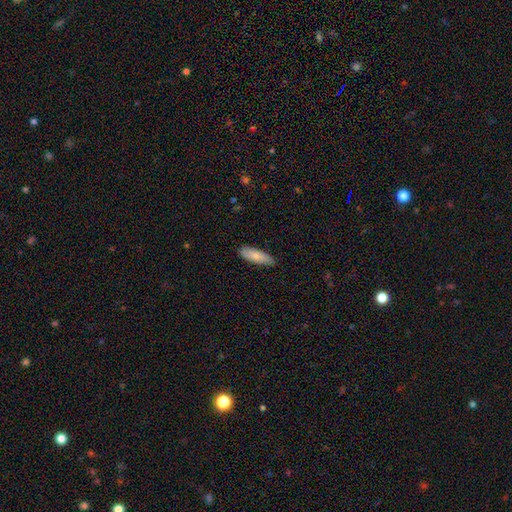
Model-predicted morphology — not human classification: A smooth galaxy with no disk features (78%) that is in between round and cigar-shaped (51%). Merging: none (85%).